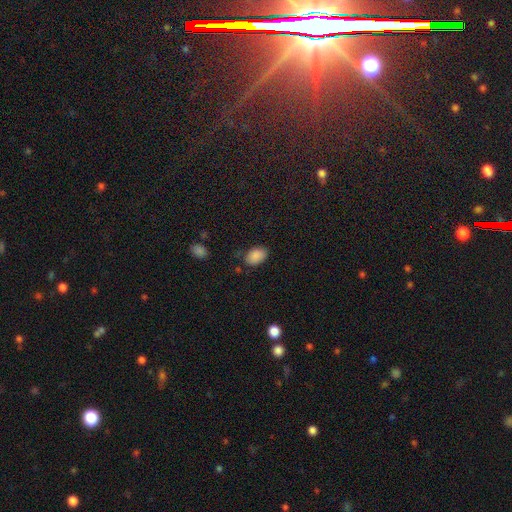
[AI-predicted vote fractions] smooth 87%, star or artifact 8%, featured or disk 4%. Down the decision tree: how rounded — in between (88%); merging — none (78%).